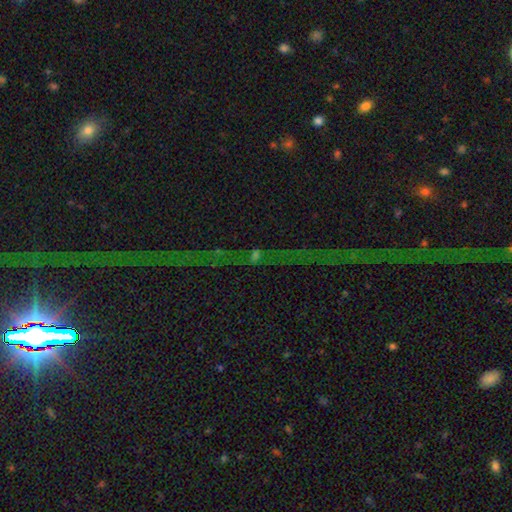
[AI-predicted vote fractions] smooth_or_featured: star or artifact (p=0.63) [alt: featured or disk p=0.21]